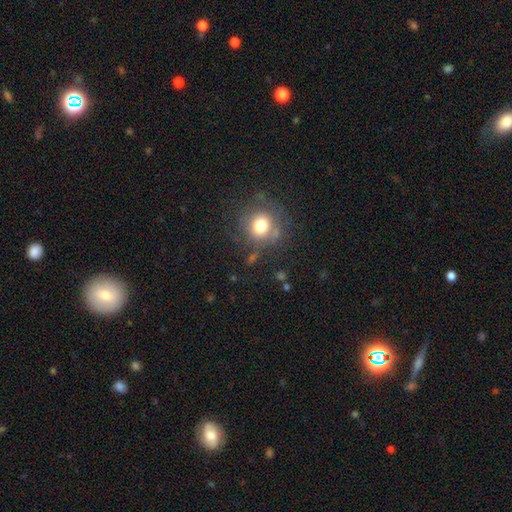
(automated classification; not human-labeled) smooth 51%, star or artifact 36%, featured or disk 14%. Down the decision tree: how rounded — round (92%); merging — none (85%).